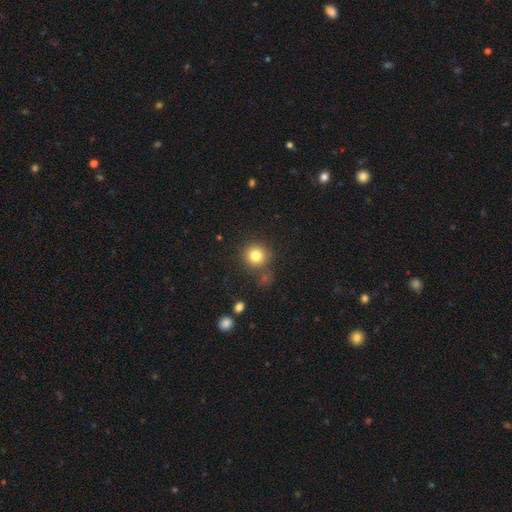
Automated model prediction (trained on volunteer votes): The model was most divided on "merging": none: 77%, minor disturbance: 11%, merger: 8%, major disturbance: 5%. More confident: how rounded — round (92%); smooth or featured — smooth (81%).